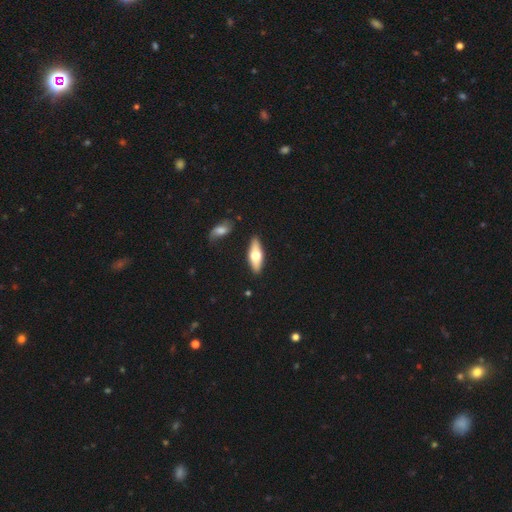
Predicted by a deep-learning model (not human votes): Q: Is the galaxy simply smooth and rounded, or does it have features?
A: smooth — 52%.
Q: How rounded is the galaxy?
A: in between — 61%.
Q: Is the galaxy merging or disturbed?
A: none — 86%.